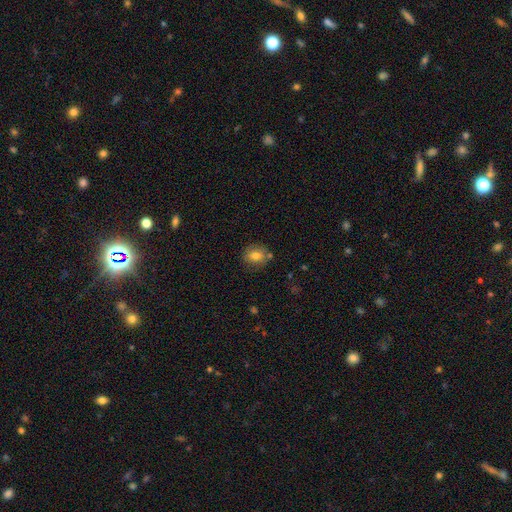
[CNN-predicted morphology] A smooth galaxy with no disk features (76%) that is round (70%). Merging: none (77%).